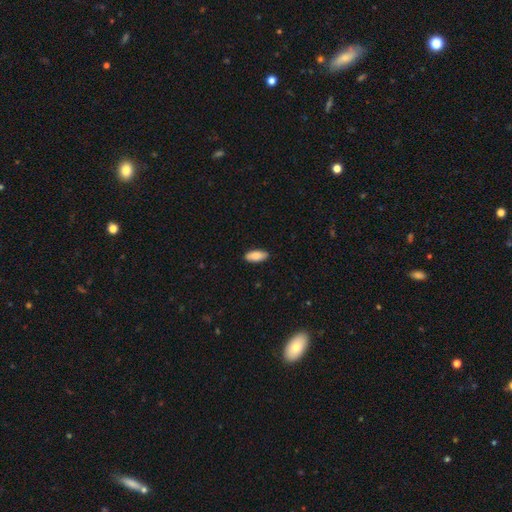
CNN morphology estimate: The model was most divided on "how rounded": in between: 86%, cigar-shaped: 12%, round: 2%. More confident: merging — none (89%); smooth or featured — smooth (89%).